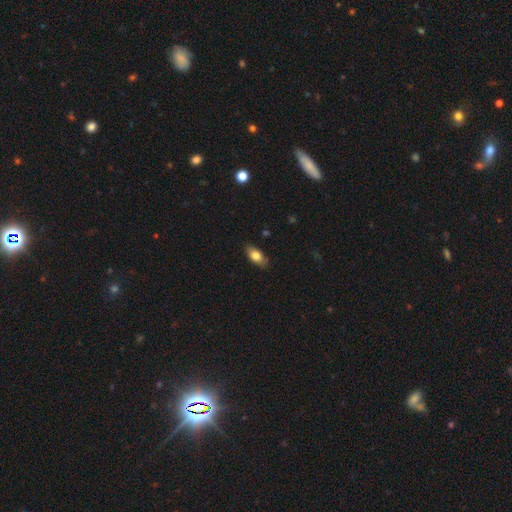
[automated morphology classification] smooth-or-featured: smooth: 78% | featured or disk: 15% | star or artifact: 7%
  how-rounded: in between: 87% | cigar-shaped: 9% | round: 5%
  merging: none: 82% | minor disturbance: 14% | major disturbance: 3% | merger: 1%